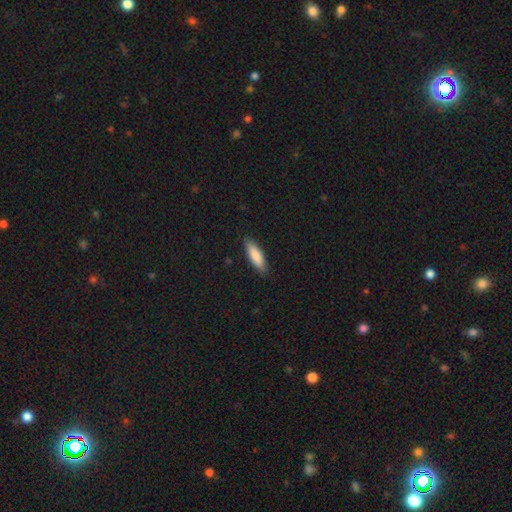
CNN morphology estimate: This appears to be a smooth galaxy with no disk features (85%) that is cigar-shaped (57%). Merging: none (88%).